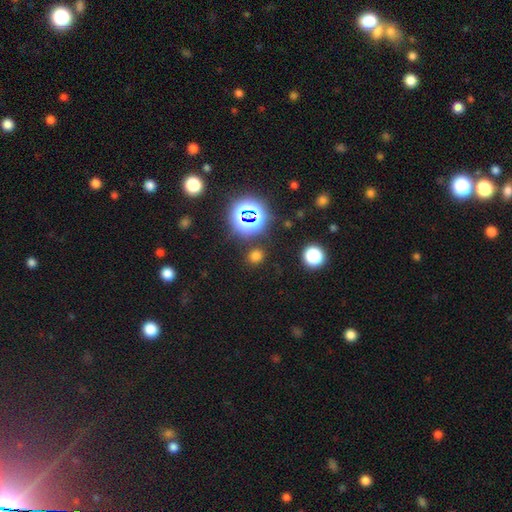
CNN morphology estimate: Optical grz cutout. It shows a smooth galaxy with no disk features (64%) that is round (81%). Merging: none (85%).